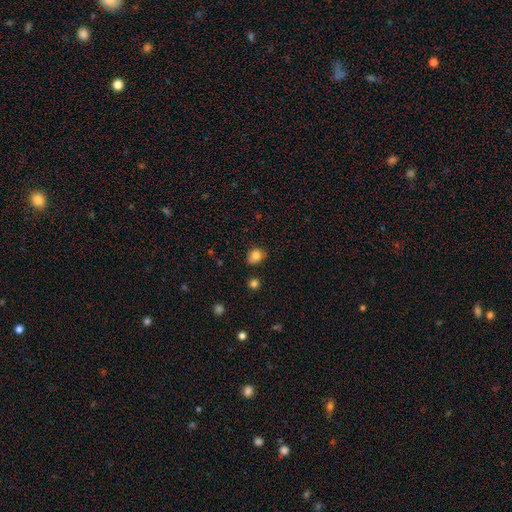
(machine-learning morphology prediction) Smooth or featured: smooth — 83% (star or artifact — 11%)
How rounded: round — 62% (in between — 37%)
Merging: none — 77% (minor disturbance — 18%)